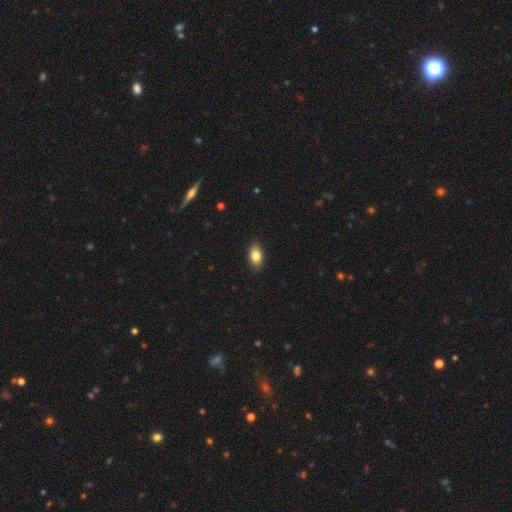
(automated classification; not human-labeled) Q: Smooth or featured?
A: smooth (82%); runner-up: featured or disk (10%)
Q: How rounded?
A: in between (89%); runner-up: round (7%)
Q: Merging?
A: none (88%); runner-up: minor disturbance (9%)